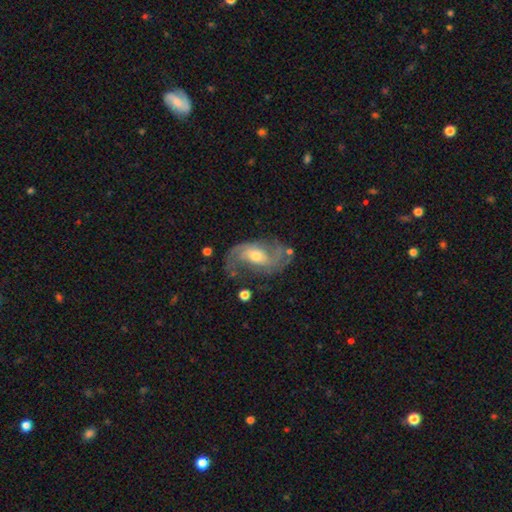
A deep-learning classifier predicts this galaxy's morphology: A featured or disk galaxy (86%) with no bar (45%), 2 (76%) medium (47%) spiral arms (95%) and a moderate central bulge (58%). Merging: none (64%).